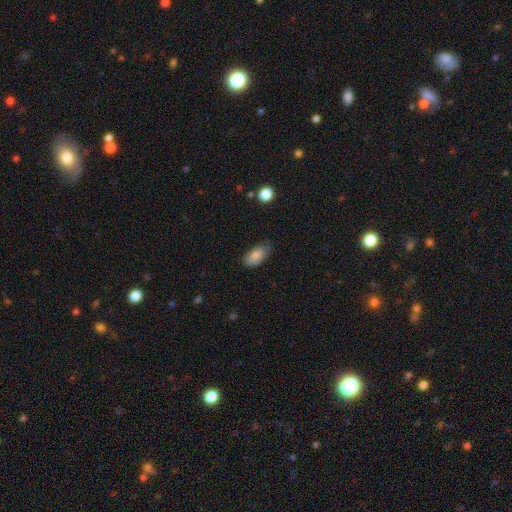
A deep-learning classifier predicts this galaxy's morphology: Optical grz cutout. It shows a smooth galaxy with no disk features (85%) that is in between round and cigar-shaped (92%). Merging: none (74%).